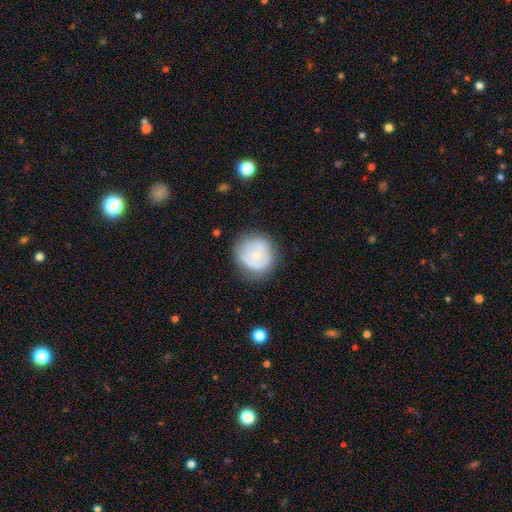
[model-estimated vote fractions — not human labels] smooth_or_featured: smooth (p=0.61) [alt: featured or disk p=0.32]
how_rounded: round (p=0.89) [alt: in between p=0.10]
merging: none (p=0.69) [alt: minor disturbance p=0.20]